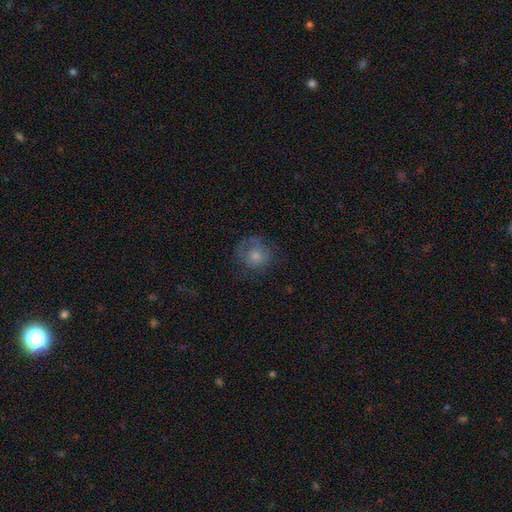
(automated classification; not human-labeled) Smooth or featured? smooth (69%)
How rounded? round (82%)
Merging? none (60%)